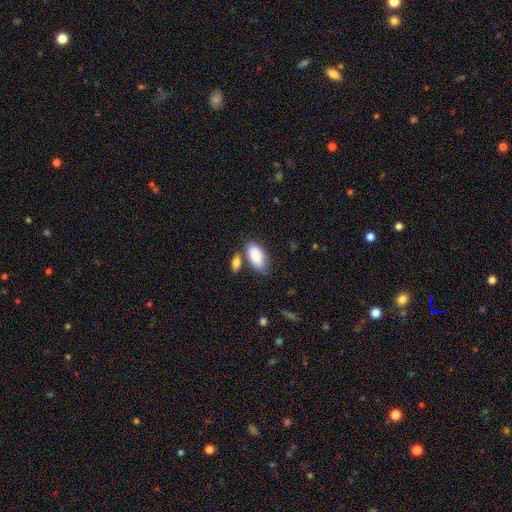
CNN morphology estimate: Smooth or featured? Predicted: smooth (p=0.83). How rounded? Predicted: in between (p=0.94). Merging? Predicted: none (p=0.60).